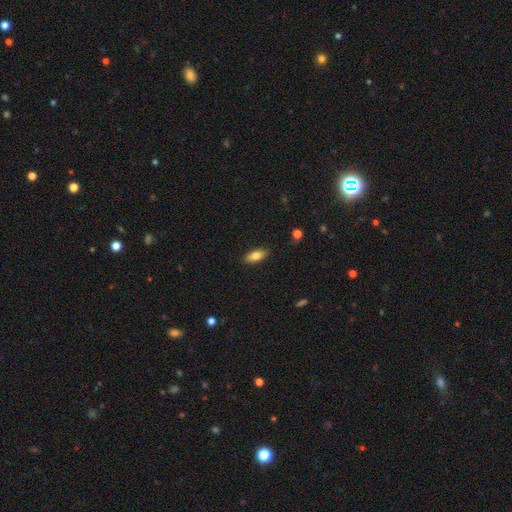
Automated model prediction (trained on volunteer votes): smooth 79%, featured or disk 14%, star or artifact 7%. Down the decision tree: how rounded — in between (82%); merging — none (88%).